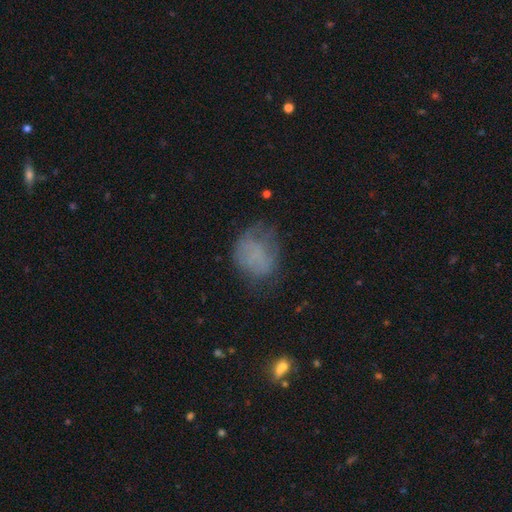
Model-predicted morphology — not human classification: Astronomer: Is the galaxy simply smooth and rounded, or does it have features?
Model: smooth — 61%.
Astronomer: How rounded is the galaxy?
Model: in between — 52% (runner-up: round, 47%).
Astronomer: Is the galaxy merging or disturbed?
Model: none — 48% (runner-up: minor disturbance, 28%).